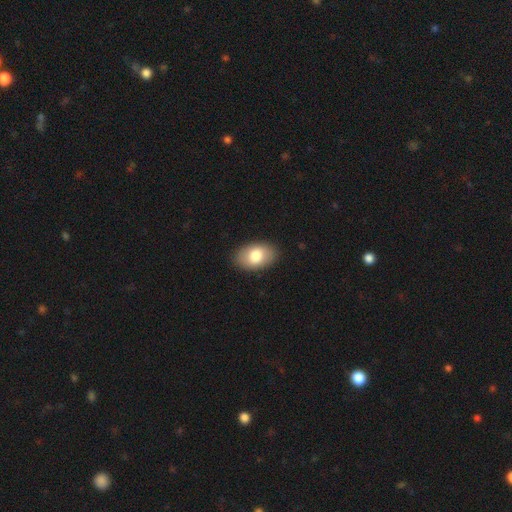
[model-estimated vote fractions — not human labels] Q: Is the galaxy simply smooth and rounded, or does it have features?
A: smooth — 78%.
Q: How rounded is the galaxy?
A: in between — 91%.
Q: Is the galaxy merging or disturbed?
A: none — 88%.